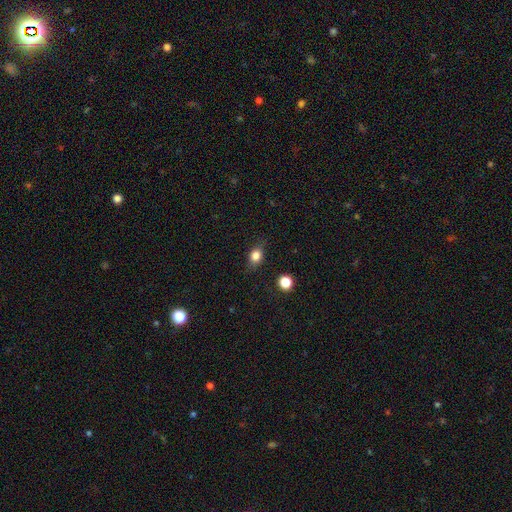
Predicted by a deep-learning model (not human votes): smooth-or-featured: smooth: 80% | star or artifact: 11% | featured or disk: 9%
  how-rounded: in between: 57% | round: 40% | cigar-shaped: 3%
  merging: none: 80% | minor disturbance: 15% | major disturbance: 4% | merger: 1%